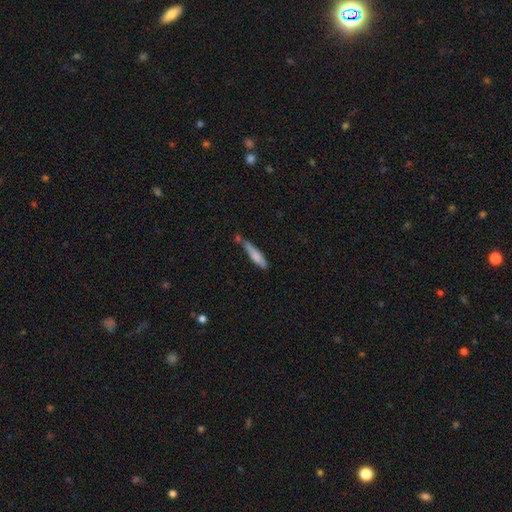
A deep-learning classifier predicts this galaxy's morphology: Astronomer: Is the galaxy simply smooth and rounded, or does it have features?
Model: smooth — 72%.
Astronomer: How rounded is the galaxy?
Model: cigar-shaped — 84%.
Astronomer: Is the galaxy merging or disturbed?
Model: none — 50% (runner-up: minor disturbance, 28%).